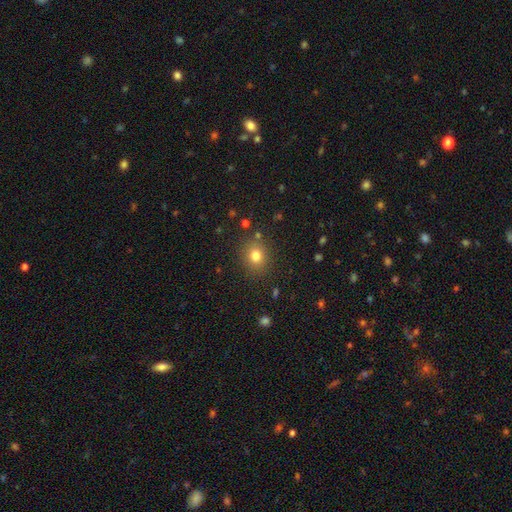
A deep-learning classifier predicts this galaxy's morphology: This is likely a smooth galaxy (79%). How rounded: likely round (70%). Merging: clearly none (85%).